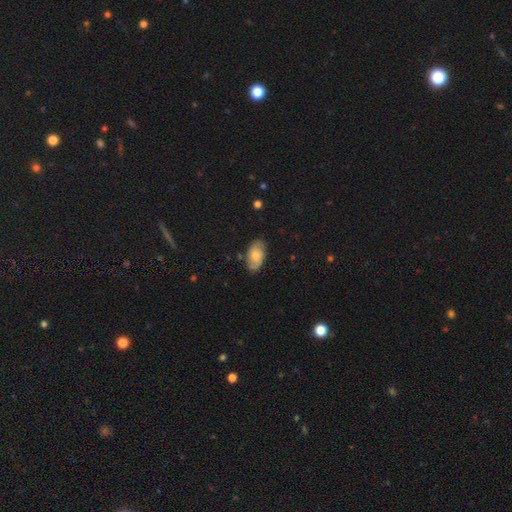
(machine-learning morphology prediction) featured or disk 49%, smooth 44%, star or artifact 7%. Down the decision tree: merging — none (79%).